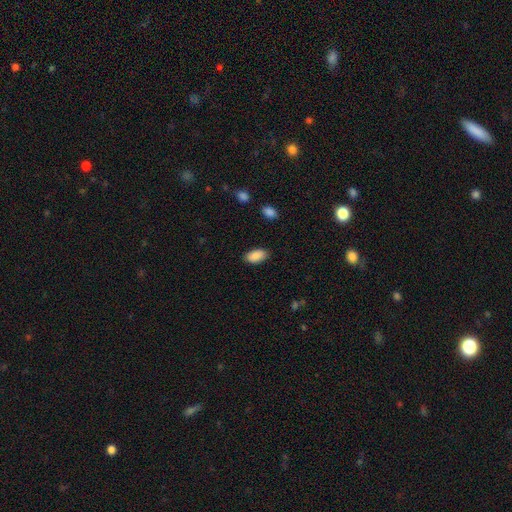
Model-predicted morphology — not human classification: Smooth or featured? smooth (89%)
How rounded? in between (95%)
Merging? none (87%)